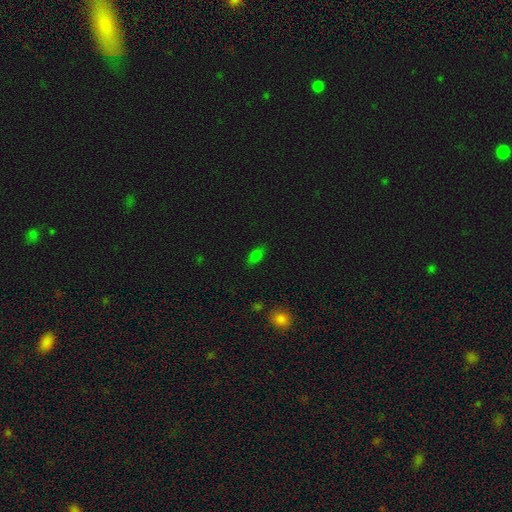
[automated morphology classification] smooth 74%, star or artifact 17%, featured or disk 9%. Down the decision tree: how rounded — in between (84%); merging — none (83%).